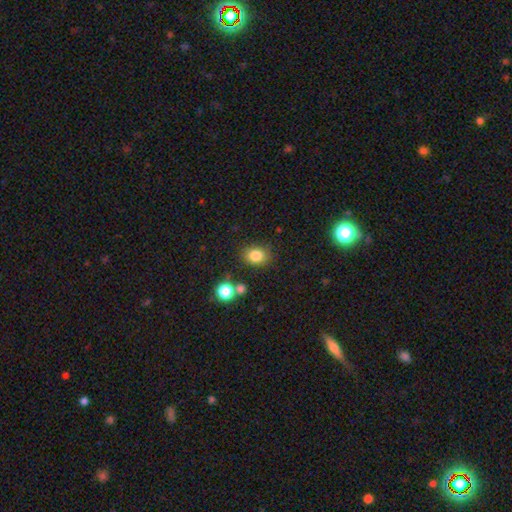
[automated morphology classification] The model was most divided on "how rounded": in between: 51%, round: 48%, cigar-shaped: 1%. More confident: smooth or featured — smooth (83%); merging — none (79%).